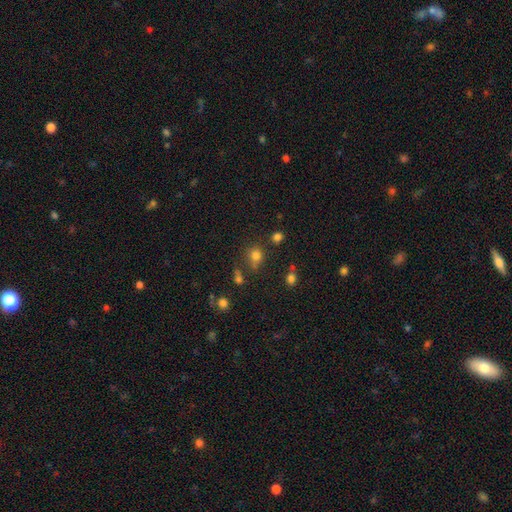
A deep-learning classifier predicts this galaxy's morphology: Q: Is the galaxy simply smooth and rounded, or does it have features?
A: smooth — 75%.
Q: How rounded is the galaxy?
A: round — 73%.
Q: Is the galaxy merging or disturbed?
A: none — 63%.